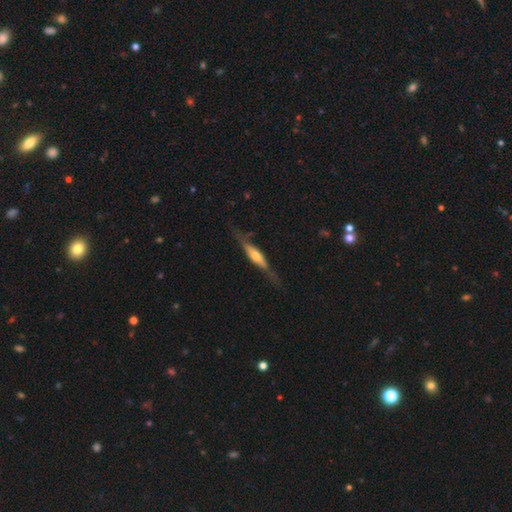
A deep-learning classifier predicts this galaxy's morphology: A featured or disk galaxy (62%) viewed edge-on (84%) with a rounded central bulge (78%). Merging: none (67%).